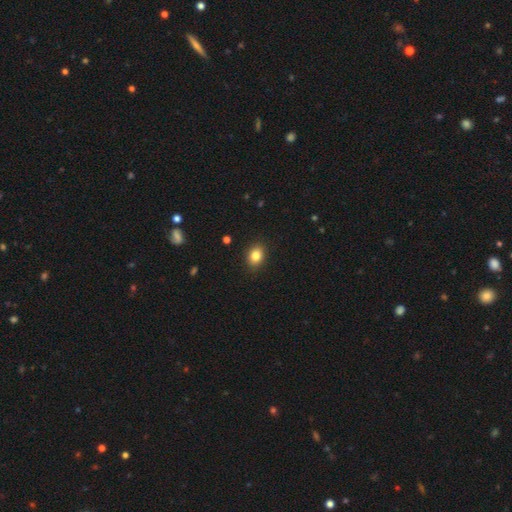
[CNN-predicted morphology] A smooth galaxy with no disk features (84%) that is in between round and cigar-shaped (65%).

Vote fractions:
- Smooth or featured? smooth: 84% / star or artifact: 10% / featured or disk: 6%
- How rounded? in between: 65% / round: 34% / cigar-shaped: 1%
- Merging? none: 89% / minor disturbance: 8% / major disturbance: 2% / merger: 1%